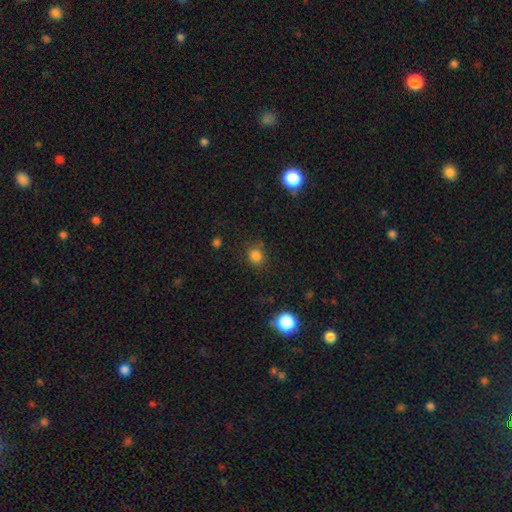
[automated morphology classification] Smooth or featured? Predicted: smooth (p=0.81). How rounded? Predicted: round (p=0.84). Merging? Predicted: none (p=0.83).